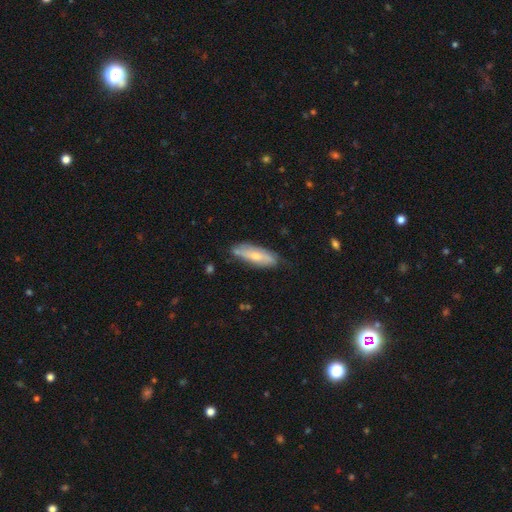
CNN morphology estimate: Smooth or featured? Predicted: smooth (p=0.57). How rounded? Predicted: in between (p=0.50). Merging? Predicted: none (p=0.71).